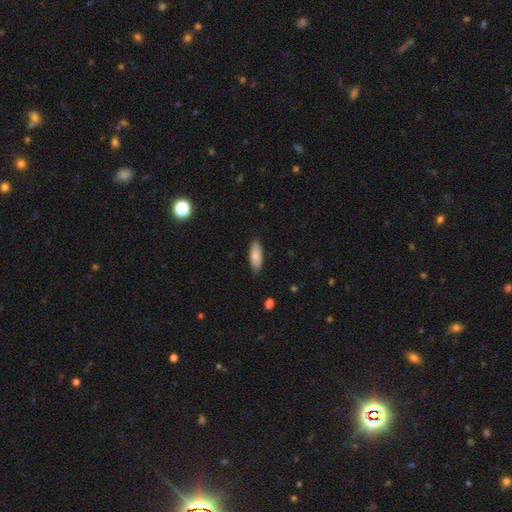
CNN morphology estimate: The model was most divided on "how rounded": in between: 71%, cigar-shaped: 27%, round: 2%. More confident: merging — none (86%); smooth or featured — smooth (84%).